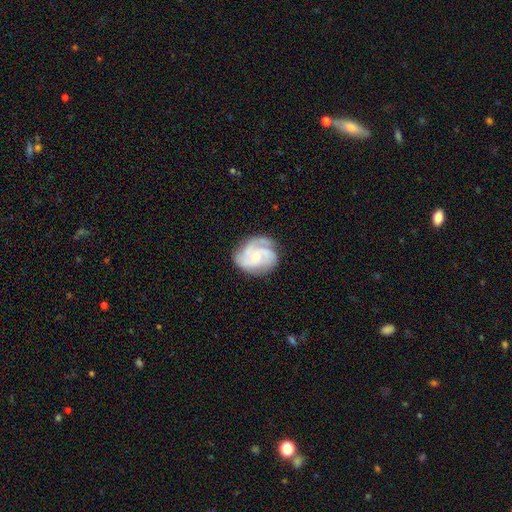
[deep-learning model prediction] Smooth or featured? featured or disk (81%)
Edge-on disk? no (98%)
Bar? no (68%)
Spiral arms? yes (96%)
Spiral winding? tight (50%)
Spiral arm count? 3 (53%)
Bulge size? small (56%)
Merging? none (72%)